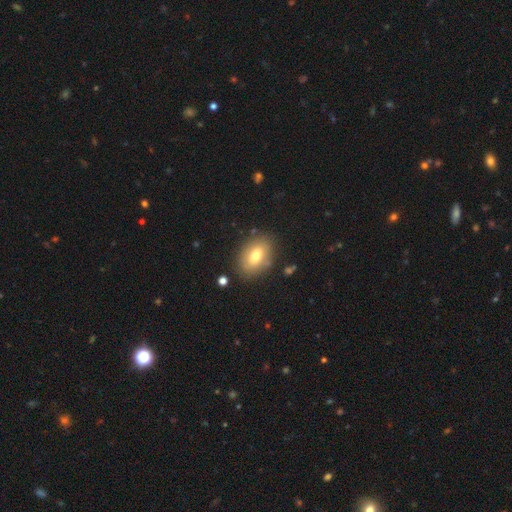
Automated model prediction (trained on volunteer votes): smooth 73%, featured or disk 18%, star or artifact 9%. Down the decision tree: how rounded — in between (85%); merging — none (83%).